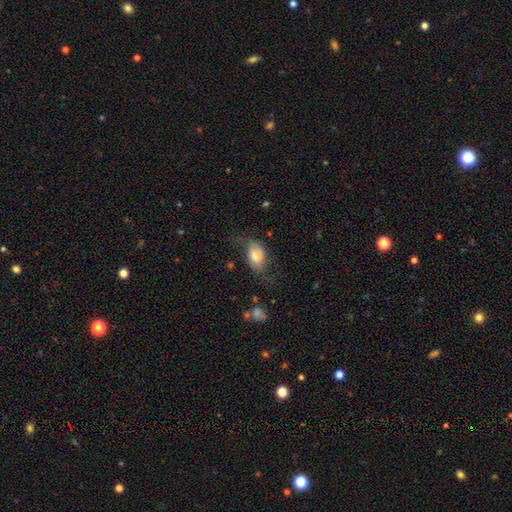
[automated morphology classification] The model was most divided on "merging": none: 48%, minor disturbance: 29%, major disturbance: 21%, merger: 2%. More confident: how rounded — in between (90%); smooth or featured — smooth (69%).